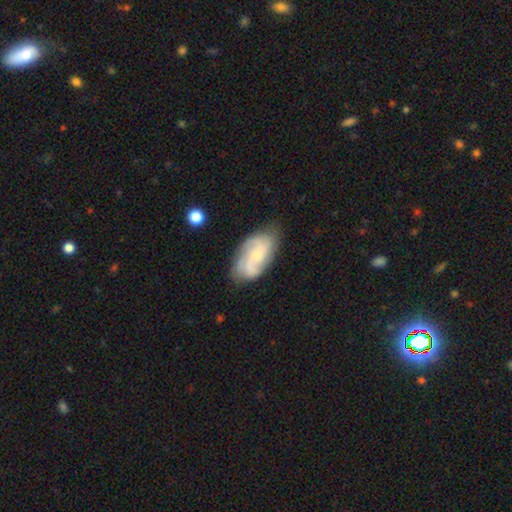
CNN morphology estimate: smooth_or_featured: featured or disk (p=0.75) [alt: smooth p=0.20]
disk_edge_on: no (p=0.96) [alt: yes p=0.04]
bar: no (p=0.63) [alt: weak p=0.32]
has_spiral_arms: yes (p=0.94) [alt: no p=0.06]
spiral_winding: medium (p=0.46) [alt: tight p=0.34]
spiral_arm_count: 2 (p=0.35) [alt: 3 p=0.33]
bulge_size: small (p=0.59) [alt: moderate p=0.33]
merging: none (p=0.71) [alt: minor disturbance p=0.21]